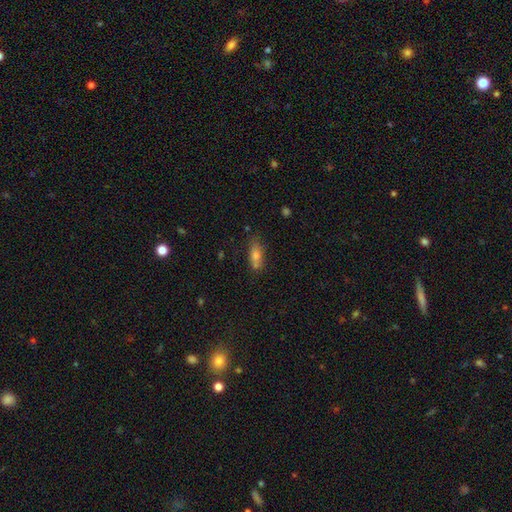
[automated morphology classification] This appears to be a smooth galaxy with no disk features (68%) that is in between round and cigar-shaped (65%). Merging: none (68%).